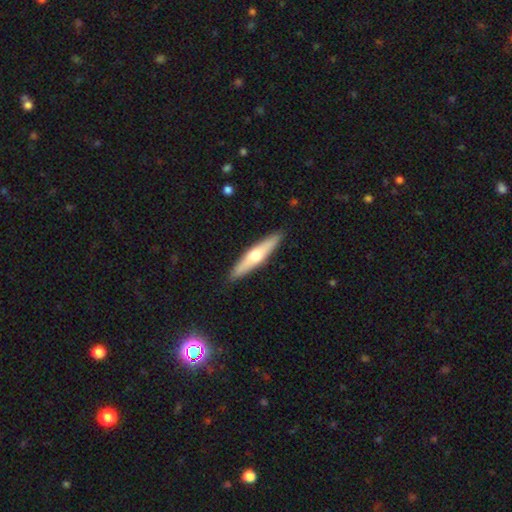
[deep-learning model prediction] Smooth or featured? featured or disk (51%)
Edge-on disk? yes (90%)
Merging? none (90%)